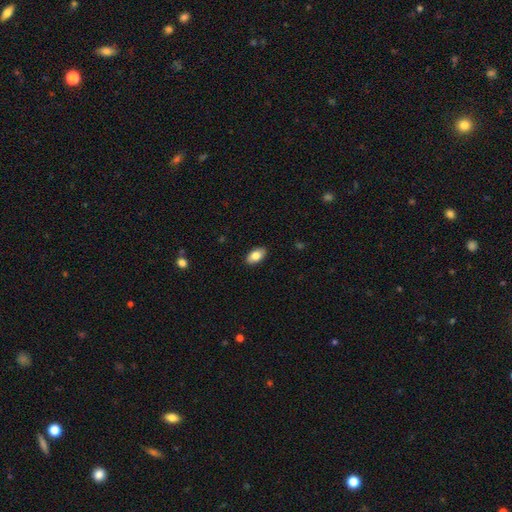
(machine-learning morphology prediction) A smooth galaxy with no disk features (82%) that is in between round and cigar-shaped (93%).

Vote fractions:
- Smooth or featured? smooth: 82% / featured or disk: 12% / star or artifact: 7%
- How rounded? in between: 93% / round: 4% / cigar-shaped: 2%
- Merging? none: 89% / minor disturbance: 8% / major disturbance: 2% / merger: 1%